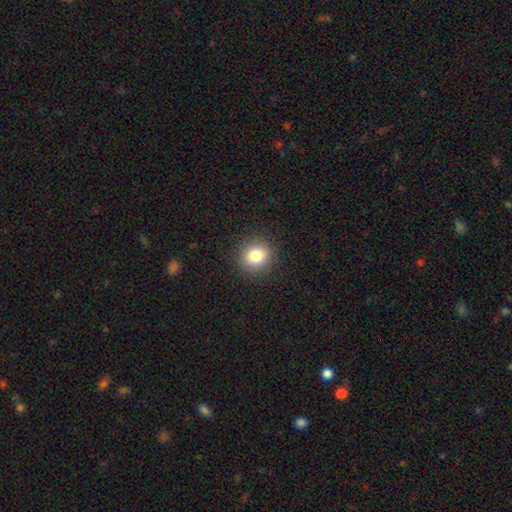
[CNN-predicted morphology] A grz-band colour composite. It shows a smooth galaxy with no disk features (82%) that is round (89%). Merging: none (90%).